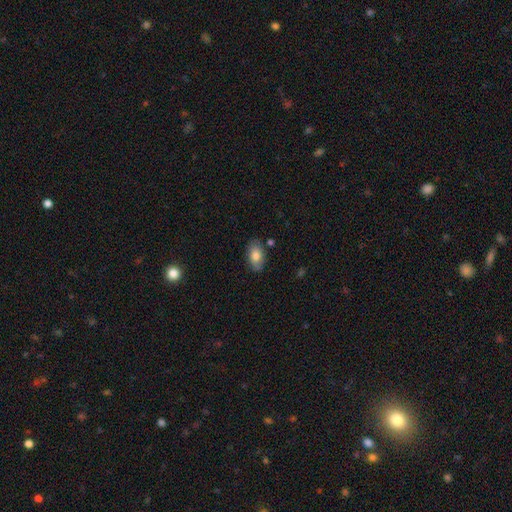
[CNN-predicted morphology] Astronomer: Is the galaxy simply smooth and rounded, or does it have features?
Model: smooth — 79%.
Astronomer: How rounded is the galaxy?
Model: in between — 92%.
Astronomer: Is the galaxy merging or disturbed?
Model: none — 82%.